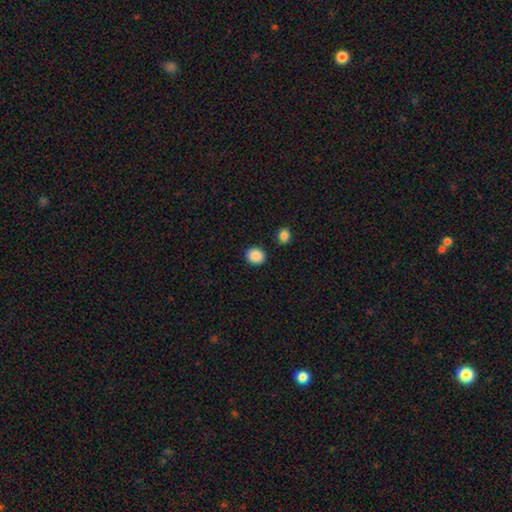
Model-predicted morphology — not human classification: Smooth or featured?
  - smooth: 89% *
  - star or artifact: 8%
  - featured or disk: 3%
How rounded?
  - round: 68% *
  - in between: 32%
  - cigar-shaped: 1%
Merging?
  - none: 88% *
  - minor disturbance: 7%
  - merger: 2%
  - major disturbance: 2%